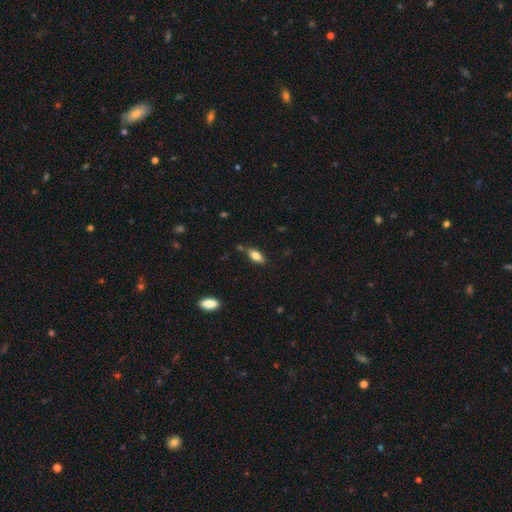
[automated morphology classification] smooth 78%, featured or disk 15%, star or artifact 8%. Down the decision tree: how rounded — in between (82%); merging — none (74%).